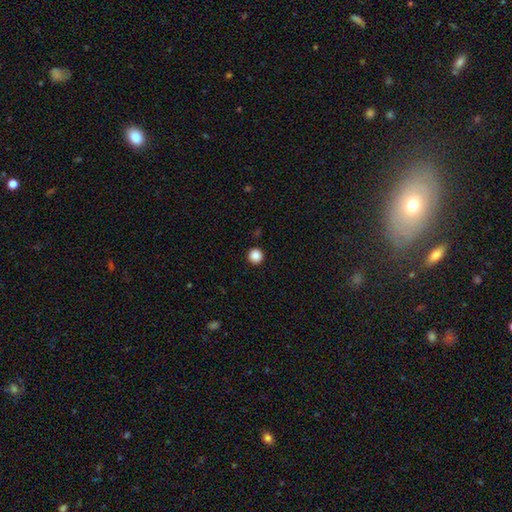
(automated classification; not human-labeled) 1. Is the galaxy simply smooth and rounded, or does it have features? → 87% smooth, 10% star or artifact, 3% featured or disk.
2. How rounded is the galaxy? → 96% round, 3% in between, 1% cigar-shaped.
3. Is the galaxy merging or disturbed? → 93% none, 4% minor disturbance, 2% major disturbance, 1% merger.